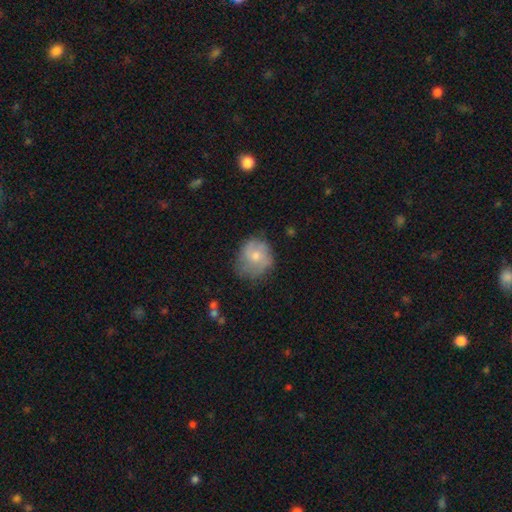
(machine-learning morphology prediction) A smooth galaxy with no disk features (59%) that is round (73%).

Vote fractions:
- Smooth or featured? smooth: 59% / featured or disk: 33% / star or artifact: 8%
- How rounded? round: 73% / in between: 26% / cigar-shaped: 1%
- Merging? none: 53% / minor disturbance: 30% / major disturbance: 15% / merger: 2%